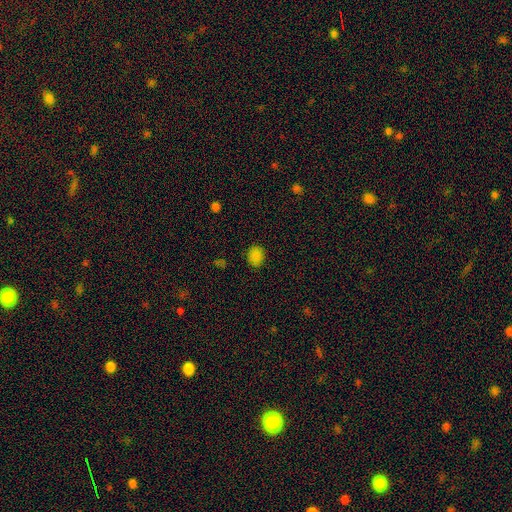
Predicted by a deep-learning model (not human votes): Smooth or featured? smooth (83%)
How rounded? round (51%)
Merging? none (88%)